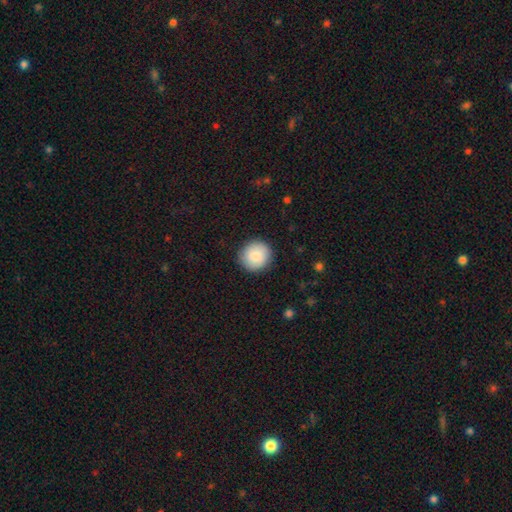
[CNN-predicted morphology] Q: Smooth or featured?
A: smooth (85%); runner-up: featured or disk (8%)
Q: How rounded?
A: round (93%); runner-up: in between (6%)
Q: Merging?
A: none (90%); runner-up: minor disturbance (7%)